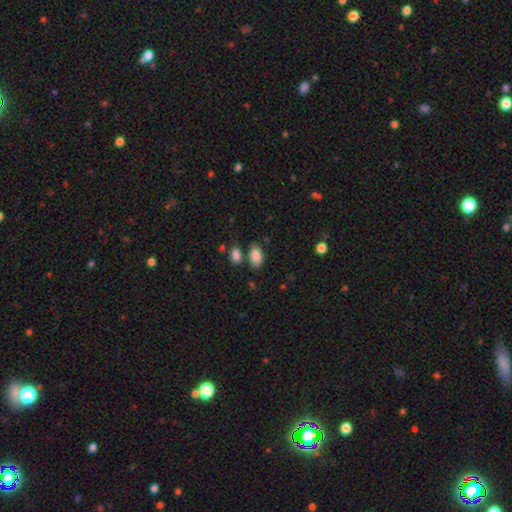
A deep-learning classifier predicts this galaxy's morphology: type=smooth (86%); roundness=in between (92%); merging=none (71%).